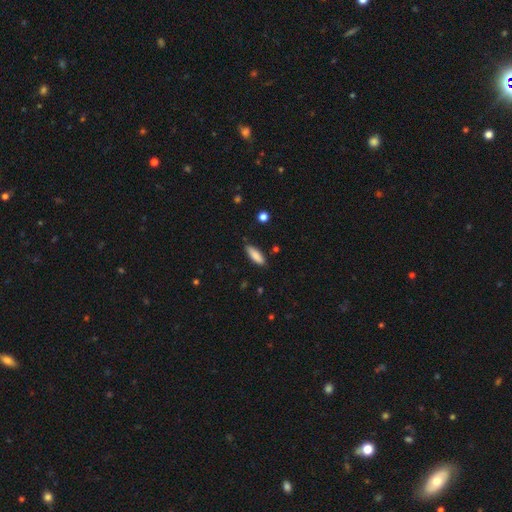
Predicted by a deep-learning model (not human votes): Smooth or featured?
  - smooth: 86% *
  - featured or disk: 8%
  - star or artifact: 6%
How rounded?
  - in between: 57% *
  - cigar-shaped: 41%
  - round: 2%
Merging?
  - none: 83% *
  - minor disturbance: 13%
  - major disturbance: 2%
  - merger: 2%